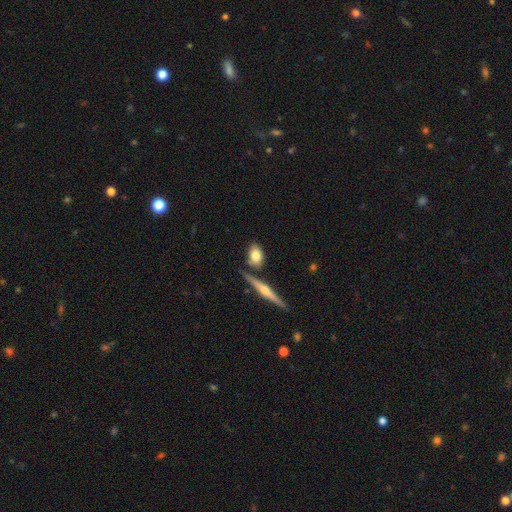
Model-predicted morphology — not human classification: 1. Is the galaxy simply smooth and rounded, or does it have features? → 72% smooth, 21% featured or disk, 7% star or artifact.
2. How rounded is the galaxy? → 77% in between, 16% round, 6% cigar-shaped.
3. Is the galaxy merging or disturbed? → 71% none, 14% minor disturbance, 12% merger, 3% major disturbance.